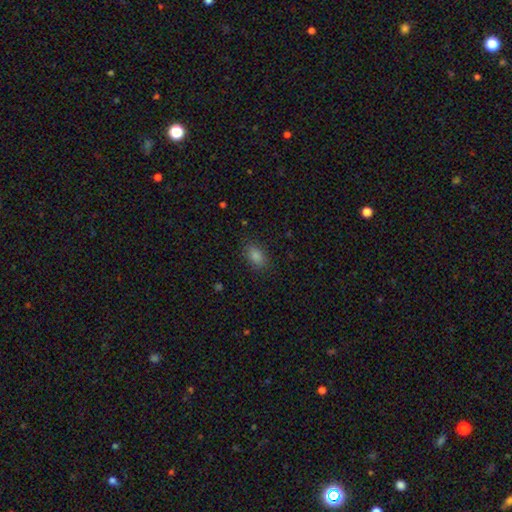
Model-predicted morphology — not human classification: Smooth or featured? Predicted: smooth (p=0.80). How rounded? Predicted: in between (p=0.87). Merging? Predicted: none (p=0.86).